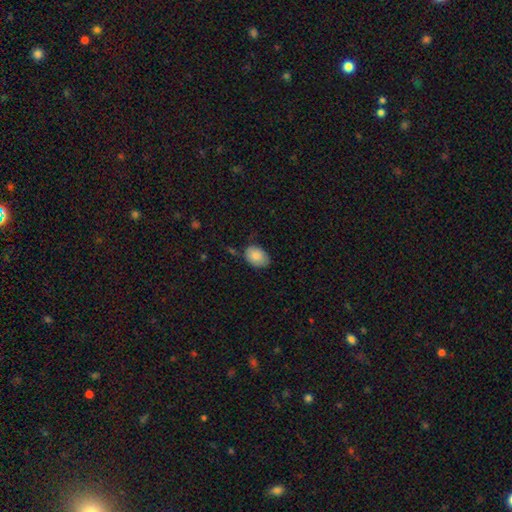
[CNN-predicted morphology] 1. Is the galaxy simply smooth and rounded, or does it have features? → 85% smooth, 8% featured or disk, 7% star or artifact.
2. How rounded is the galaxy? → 80% in between, 19% round, 1% cigar-shaped.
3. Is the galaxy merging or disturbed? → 65% none, 28% minor disturbance, 5% major disturbance, 3% merger.